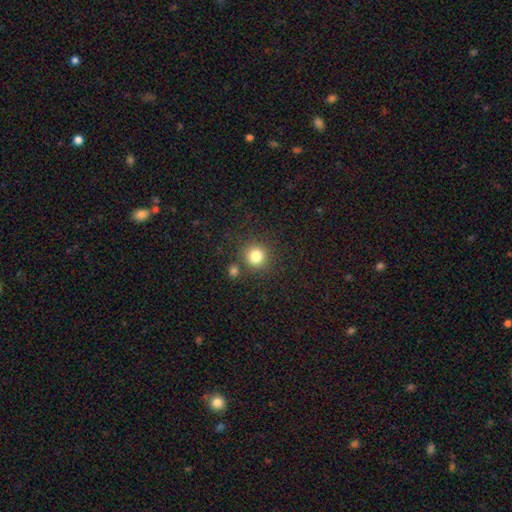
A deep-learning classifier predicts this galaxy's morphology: type=smooth (81%); roundness=round (91%); merging=none (80%).